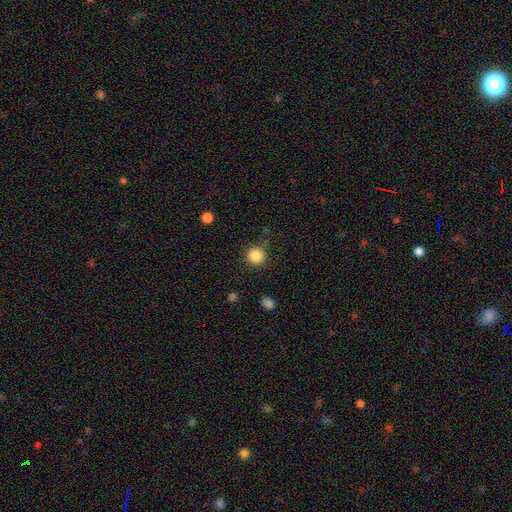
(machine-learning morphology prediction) This is clearly a smooth galaxy (85%). How rounded: clearly round (94%). Merging: clearly none (83%).